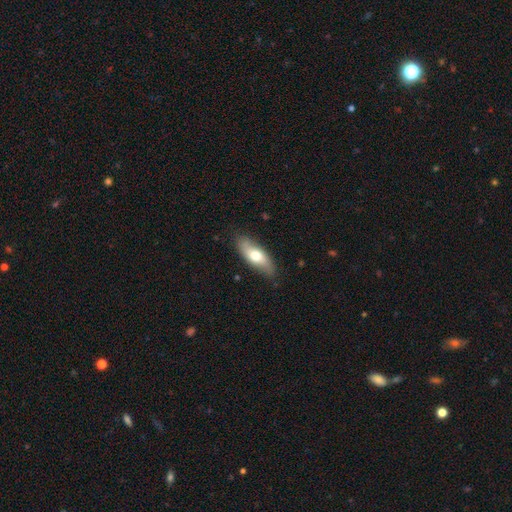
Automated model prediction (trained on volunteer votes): The model was most divided on "smooth or featured": smooth: 62%, featured or disk: 32%, star or artifact: 5%. More confident: merging — none (81%); how rounded — in between (72%).